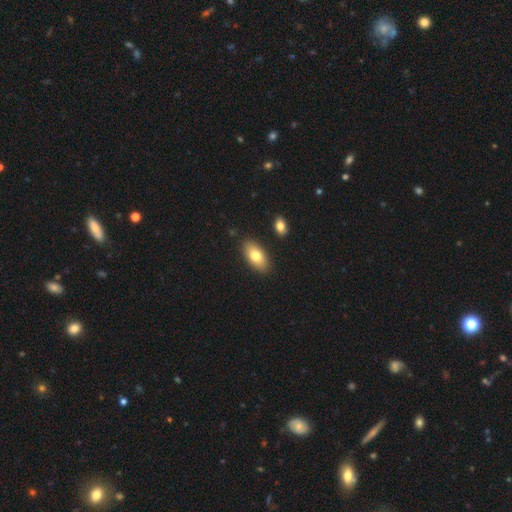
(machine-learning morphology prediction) Overall: smooth (76%). How rounded: in between (92%). Merging: none (87%).